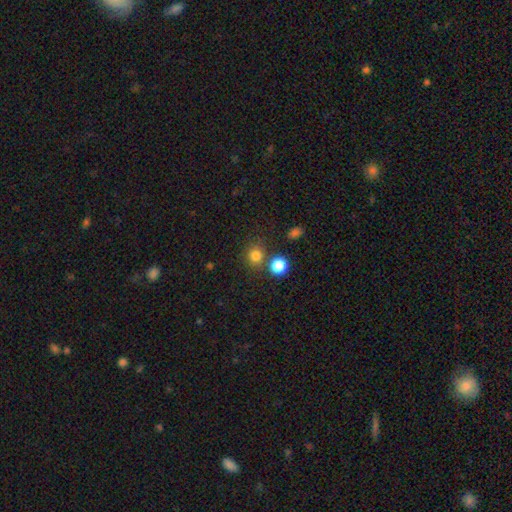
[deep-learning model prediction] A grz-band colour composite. It shows a smooth galaxy with no disk features (79%) that is round (85%). Merging: none (73%).